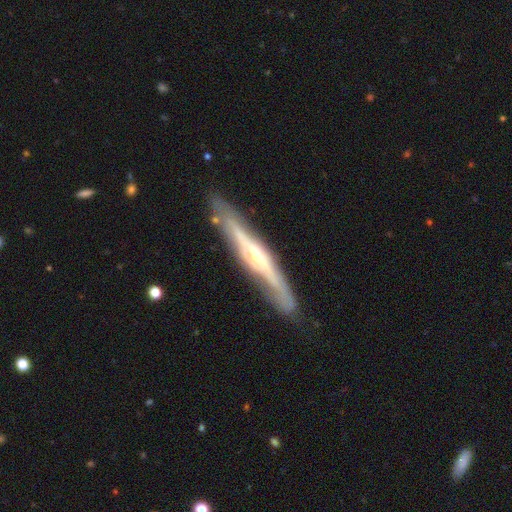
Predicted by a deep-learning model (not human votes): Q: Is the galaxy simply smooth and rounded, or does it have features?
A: featured or disk — 79%.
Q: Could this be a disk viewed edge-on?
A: yes — 82%.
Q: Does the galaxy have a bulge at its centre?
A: rounded — 78%.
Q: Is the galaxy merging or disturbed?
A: none — 79%.